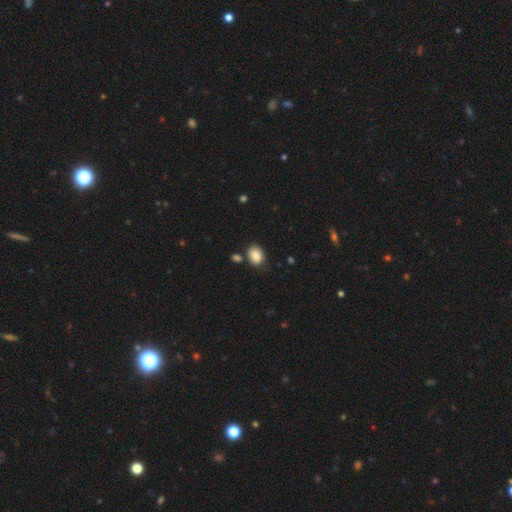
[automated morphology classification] smooth-or-featured: smooth: 85% | star or artifact: 8% | featured or disk: 6%
  how-rounded: in between: 67% | round: 32% | cigar-shaped: 1%
  merging: none: 70% | minor disturbance: 16% | merger: 9% | major disturbance: 4%